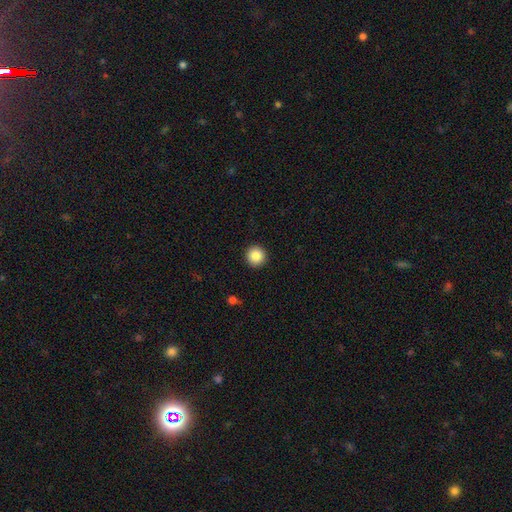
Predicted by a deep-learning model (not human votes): This is clearly a smooth galaxy (86%). How rounded: clearly round (96%). Merging: clearly none (93%).